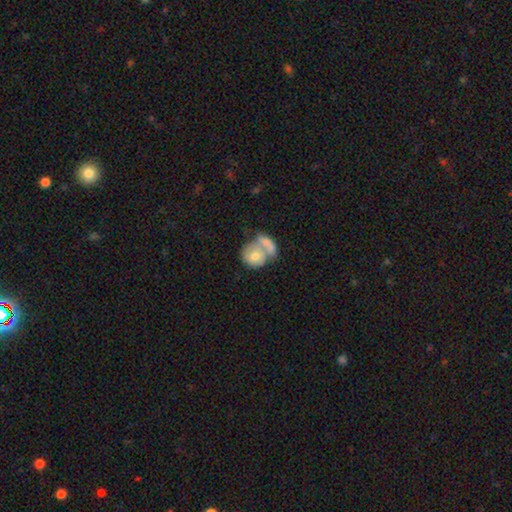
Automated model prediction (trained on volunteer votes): Smooth or featured? Predicted: smooth (p=0.61). How rounded? Predicted: round (p=0.67). Merging? Predicted: merger (p=0.60).